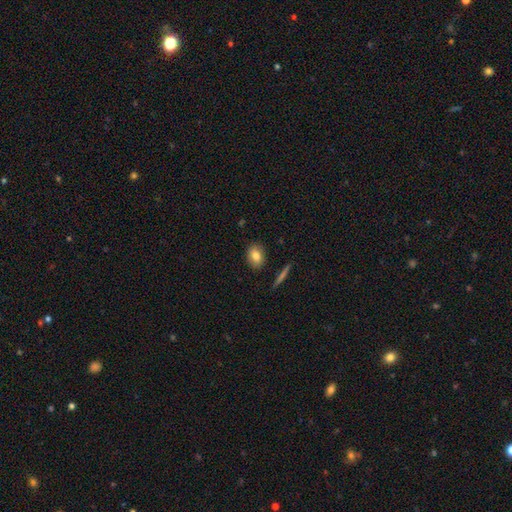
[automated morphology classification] smooth_or_featured: smooth (p=0.81) [alt: featured or disk p=0.11]
how_rounded: in between (p=0.72) [alt: round p=0.25]
merging: none (p=0.87) [alt: minor disturbance p=0.09]